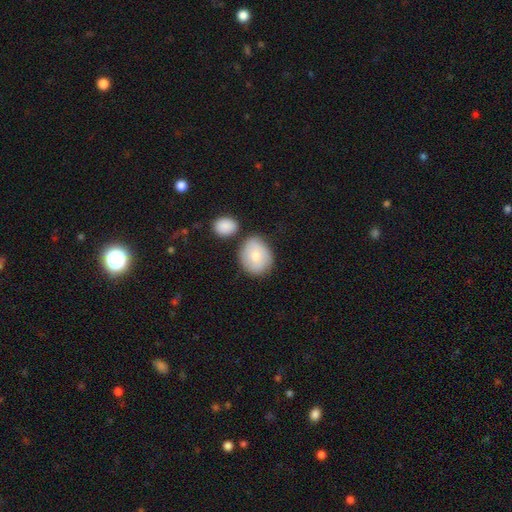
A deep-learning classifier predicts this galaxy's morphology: smooth-or-featured: smooth: 76% | featured or disk: 18% | star or artifact: 7%
  how-rounded: round: 65% | in between: 34% | cigar-shaped: 1%
  merging: none: 63% | minor disturbance: 18% | merger: 14% | major disturbance: 4%